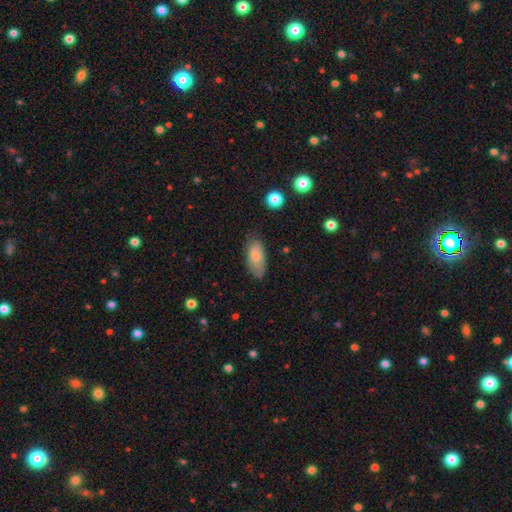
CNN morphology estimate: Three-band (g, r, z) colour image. It shows a smooth galaxy with no disk features (77%) that is in between round and cigar-shaped (88%). Merging: none (71%).